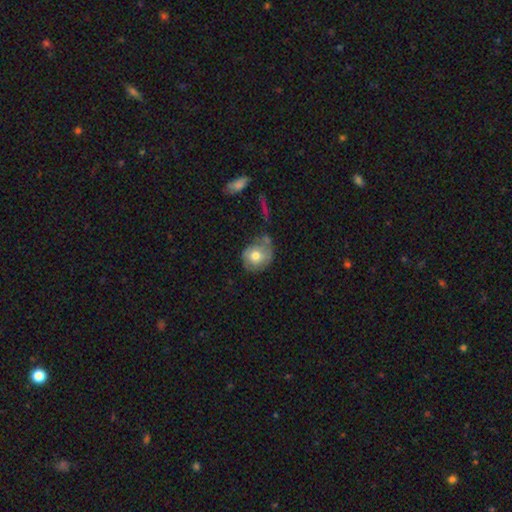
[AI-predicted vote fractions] A smooth galaxy with no disk features (67%) that is round (70%).

Vote fractions:
- Smooth or featured? smooth: 67% / featured or disk: 25% / star or artifact: 8%
- How rounded? round: 70% / in between: 28% / cigar-shaped: 1%
- Merging? none: 52% / minor disturbance: 27% / merger: 11% / major disturbance: 10%